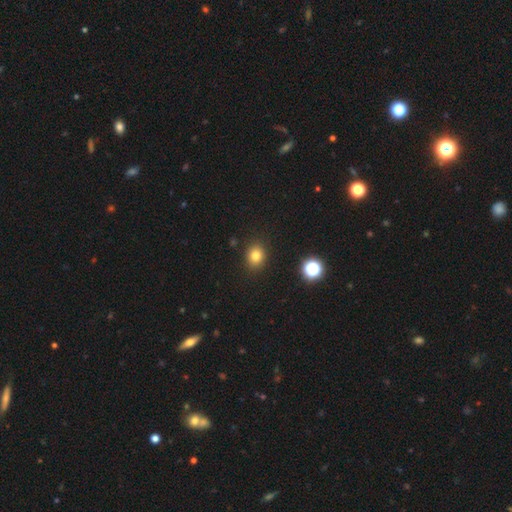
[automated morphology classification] type=smooth (80%); roundness=round (64%); merging=none (89%).